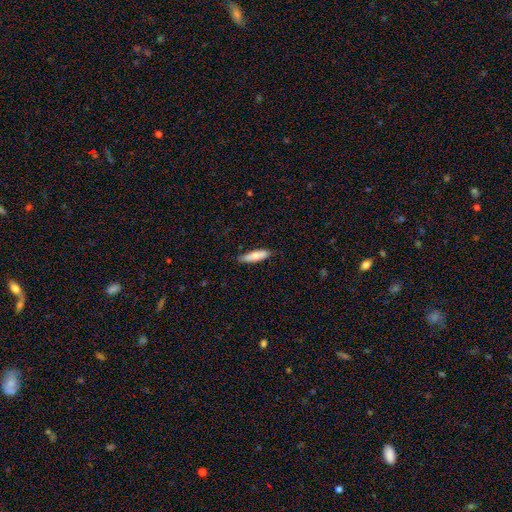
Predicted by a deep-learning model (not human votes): Smooth or featured: smooth — 75% (featured or disk — 19%)
How rounded: cigar-shaped — 57% (in between — 41%)
Merging: none — 84% (minor disturbance — 13%)